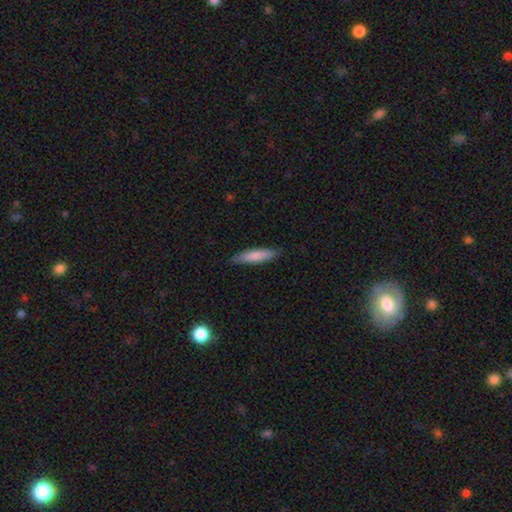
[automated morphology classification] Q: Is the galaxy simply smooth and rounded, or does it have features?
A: smooth — 81%.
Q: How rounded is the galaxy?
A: cigar-shaped — 80%.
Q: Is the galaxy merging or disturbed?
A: none — 87%.